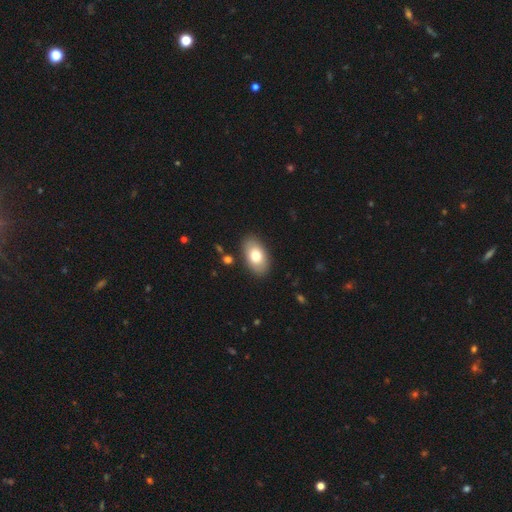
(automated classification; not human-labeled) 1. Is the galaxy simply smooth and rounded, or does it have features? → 75% smooth, 19% featured or disk, 6% star or artifact.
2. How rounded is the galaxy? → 93% in between, 5% round, 2% cigar-shaped.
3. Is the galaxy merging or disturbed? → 87% none, 9% minor disturbance, 2% major disturbance, 2% merger.